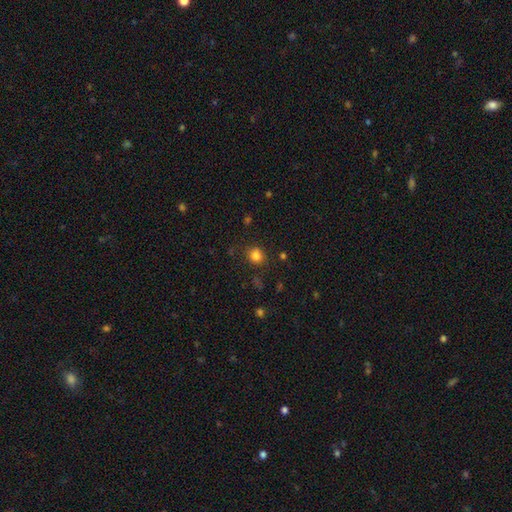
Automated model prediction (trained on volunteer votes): smooth 82%, star or artifact 13%, featured or disk 5%. Down the decision tree: how rounded — round (82%); merging — none (84%).